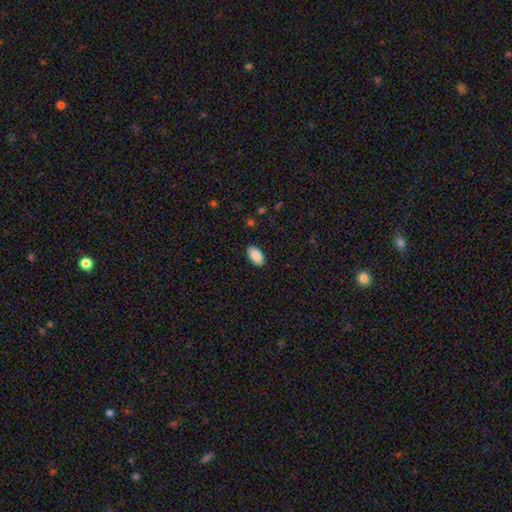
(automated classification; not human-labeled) The model was most divided on "merging": none: 89%, minor disturbance: 8%, major disturbance: 2%, merger: 1%. More confident: how rounded — in between (95%); smooth or featured — smooth (88%).